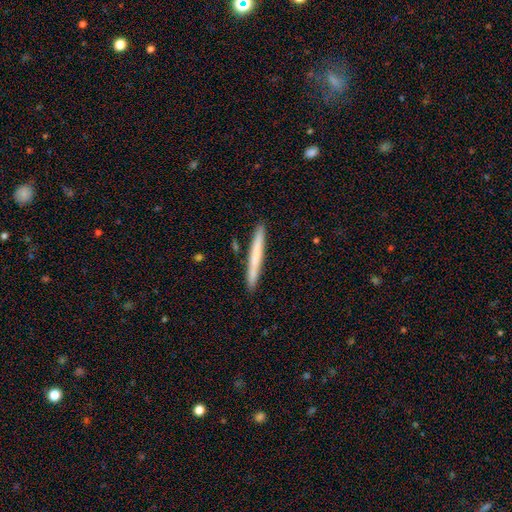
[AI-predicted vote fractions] Q: Smooth or featured?
A: smooth (66%); runner-up: featured or disk (29%)
Q: How rounded?
A: cigar-shaped (97%); runner-up: in between (2%)
Q: Merging?
A: none (90%); runner-up: minor disturbance (7%)